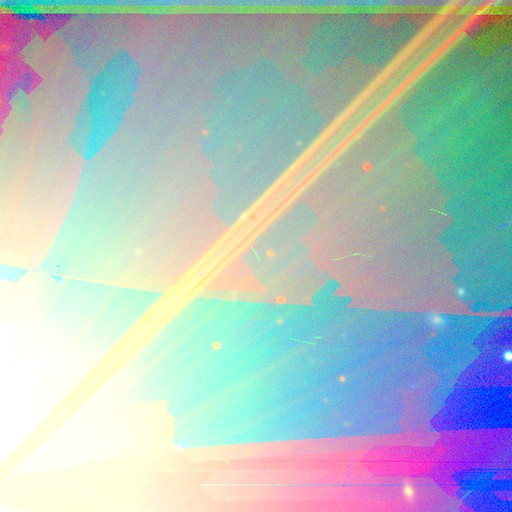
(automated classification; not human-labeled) Morphology: type=star or artifact (89%).